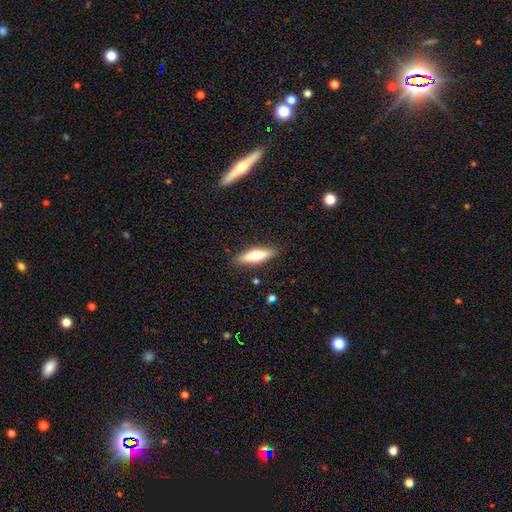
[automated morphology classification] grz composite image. It shows a smooth galaxy with no disk features (58%) that is cigar-shaped (57%). Merging: none (88%).